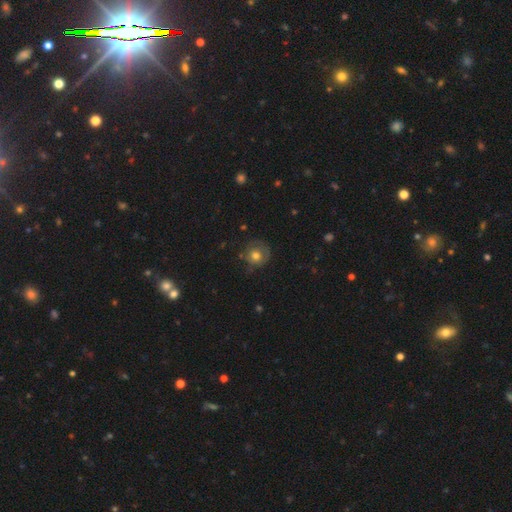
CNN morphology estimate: Smooth or featured: smooth — 62% (featured or disk — 29%)
How rounded: round — 88% (in between — 11%)
Merging: none — 62% (minor disturbance — 24%)